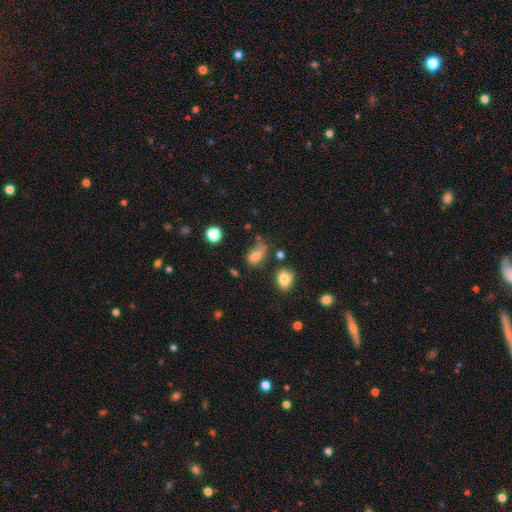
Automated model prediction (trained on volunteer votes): Morphology: type=smooth (77%); roundness=in between (81%); merging=none (45%).